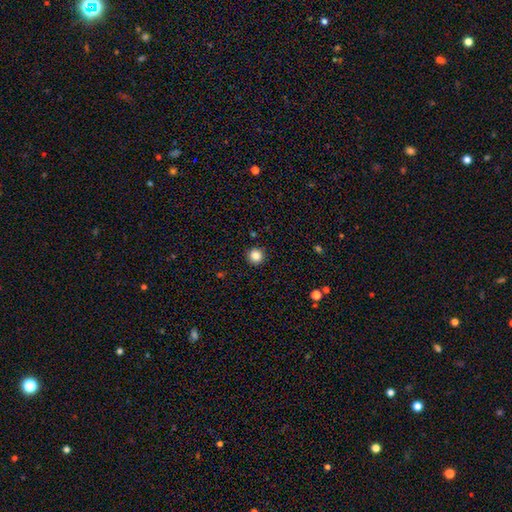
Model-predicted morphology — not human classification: Smooth or featured? Predicted: smooth (p=0.86). How rounded? Predicted: round (p=0.95). Merging? Predicted: none (p=0.92).